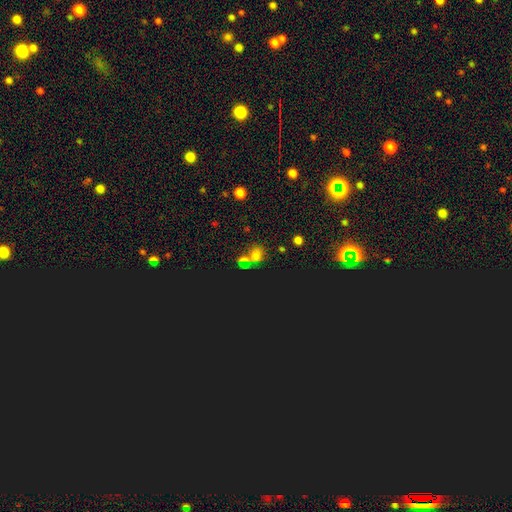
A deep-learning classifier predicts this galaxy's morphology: Overall: smooth (47%; star or artifact 42%). Merging: none (55%; merger 28%).